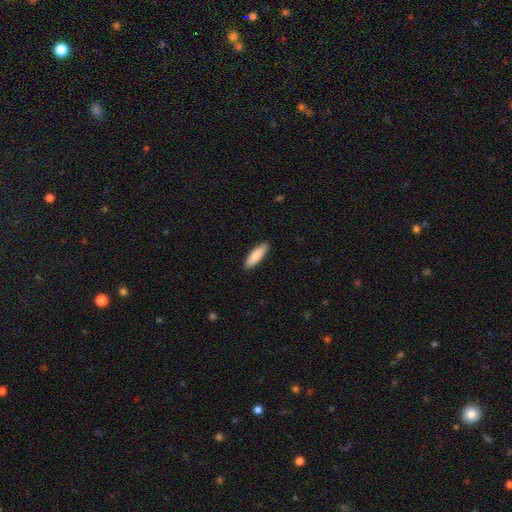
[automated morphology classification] Smooth or featured? smooth (86%)
How rounded? cigar-shaped (58%)
Merging? none (90%)